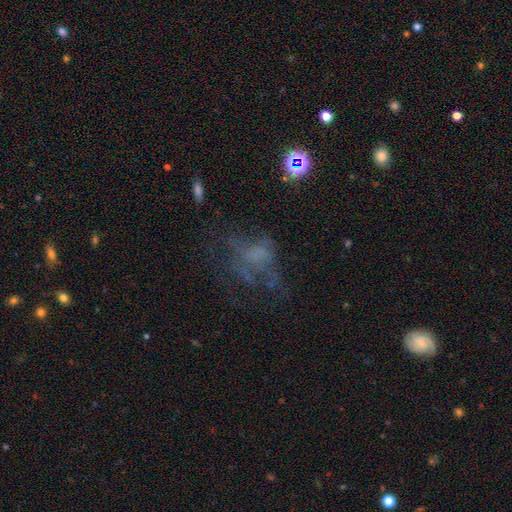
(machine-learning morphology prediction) smooth-or-featured: featured or disk: 45% | smooth: 28% | star or artifact: 28%
  merging: none: 42% | major disturbance: 37% | minor disturbance: 18% | merger: 3%